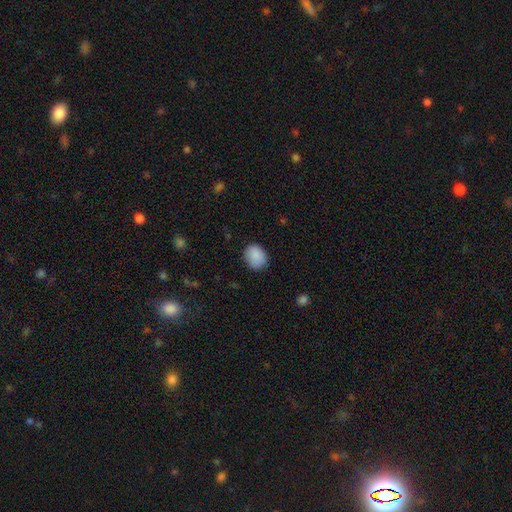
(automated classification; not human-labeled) Smooth or featured? Predicted: smooth (p=0.89). How rounded? Predicted: round (p=0.53). Merging? Predicted: none (p=0.81).